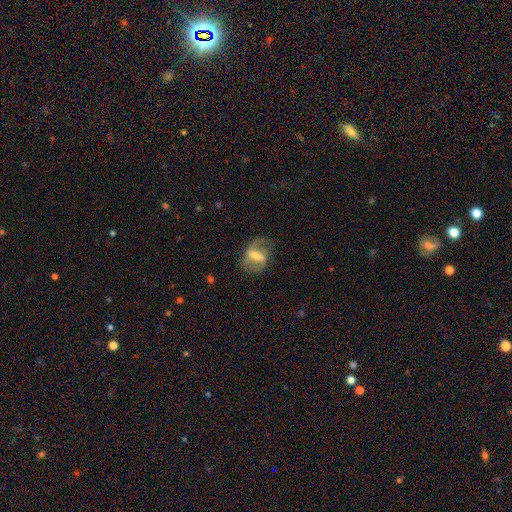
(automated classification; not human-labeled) smooth_or_featured: featured or disk (p=0.68) [alt: smooth p=0.25]
disk_edge_on: no (p=0.94) [alt: yes p=0.06]
bar: strong (p=0.55) [alt: weak p=0.34]
has_spiral_arms: yes (p=0.73) [alt: no p=0.27]
bulge_size: moderate (p=0.39) [alt: small p=0.34]
merging: none (p=0.65) [alt: minor disturbance p=0.19]